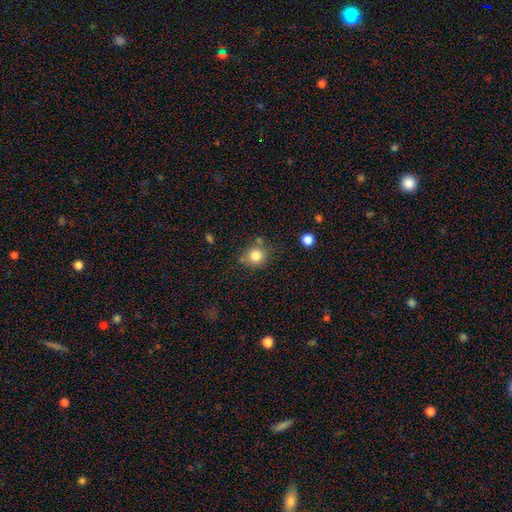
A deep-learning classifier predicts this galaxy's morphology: Smooth or featured: smooth — 82% (star or artifact — 11%)
How rounded: round — 87% (in between — 13%)
Merging: none — 71% (minor disturbance — 16%)